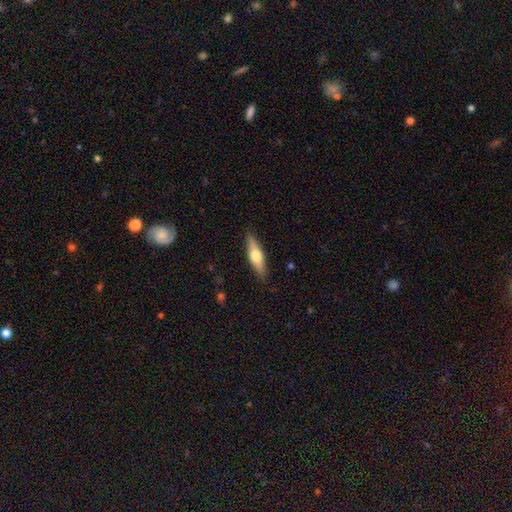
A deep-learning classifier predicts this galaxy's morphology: smooth_or_featured: smooth (p=0.53) [alt: featured or disk p=0.41]
how_rounded: cigar-shaped (p=0.57) [alt: in between p=0.41]
merging: none (p=0.87) [alt: minor disturbance p=0.09]